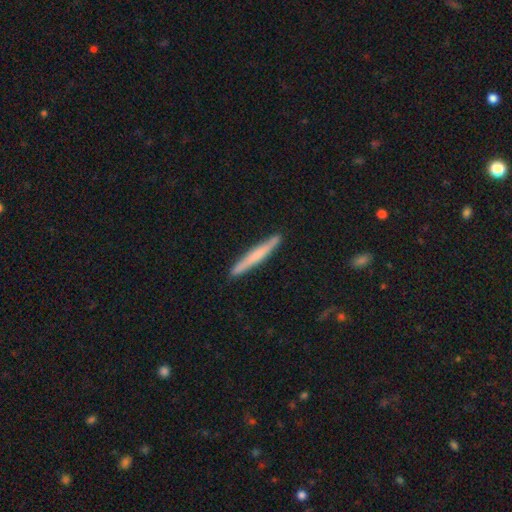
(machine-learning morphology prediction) Overall: smooth (57%; featured or disk 38%). How rounded: cigar-shaped (97%). Merging: none (90%).